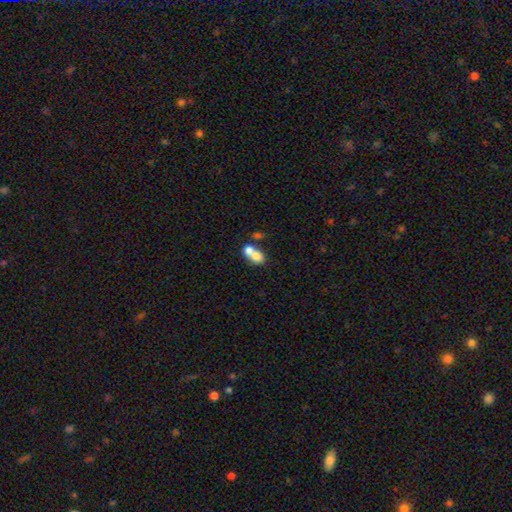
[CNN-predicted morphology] Q: Smooth or featured?
A: smooth (72%); runner-up: featured or disk (19%)
Q: How rounded?
A: in between (59%); runner-up: round (39%)
Q: Merging?
A: merger (68%); runner-up: none (22%)